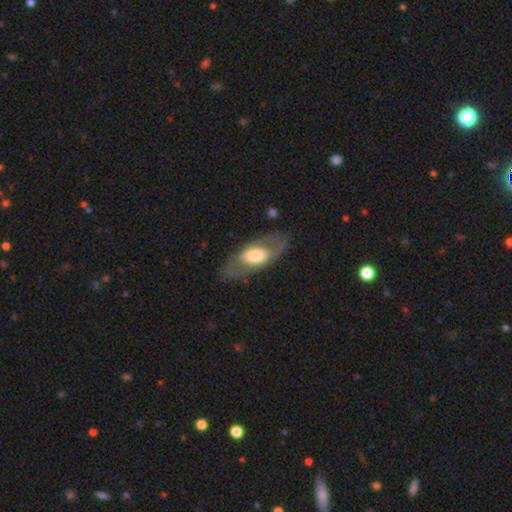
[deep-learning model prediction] A featured or disk galaxy (52%). Merging: none (73%).